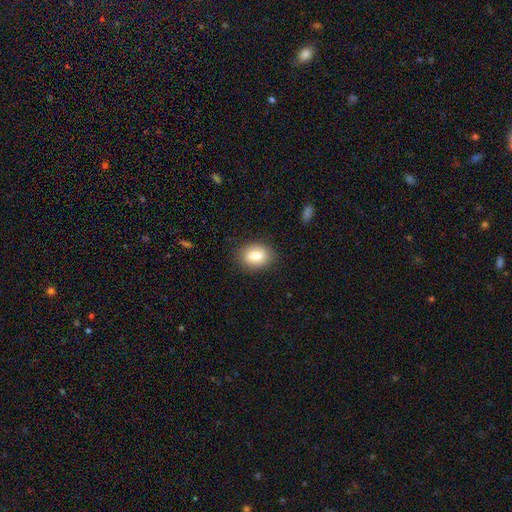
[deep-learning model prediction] A smooth galaxy with no disk features (79%) that is in between round and cigar-shaped (67%). Merging: none (84%).